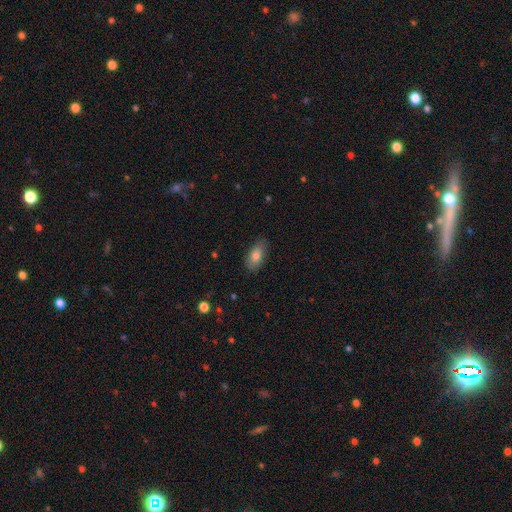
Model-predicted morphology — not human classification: Smooth or featured? smooth (79%)
How rounded? in between (89%)
Merging? none (82%)